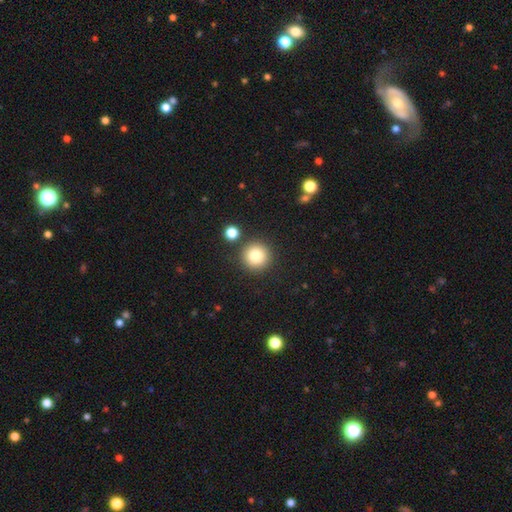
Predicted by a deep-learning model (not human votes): Morphology: type=smooth (82%); roundness=round (95%); merging=none (85%).